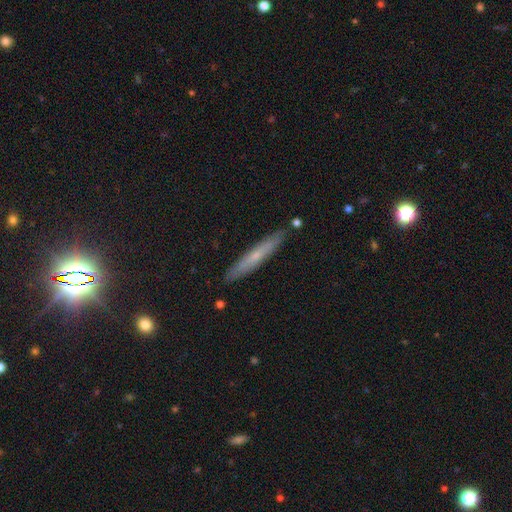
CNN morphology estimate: Smooth or featured? featured or disk (47%)
Merging? none (88%)